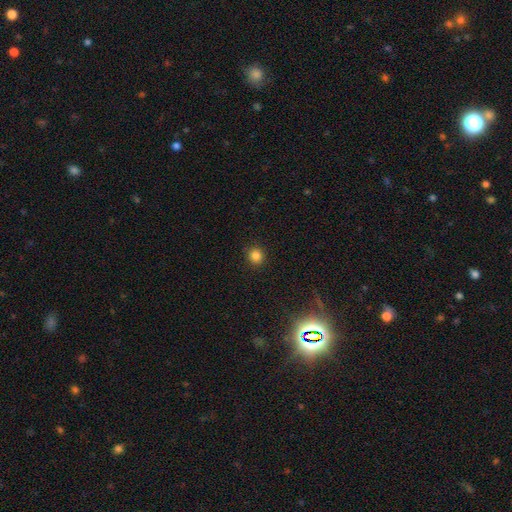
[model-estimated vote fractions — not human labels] Smooth or featured? Predicted: smooth (p=0.83). How rounded? Predicted: round (p=0.89). Merging? Predicted: none (p=0.91).